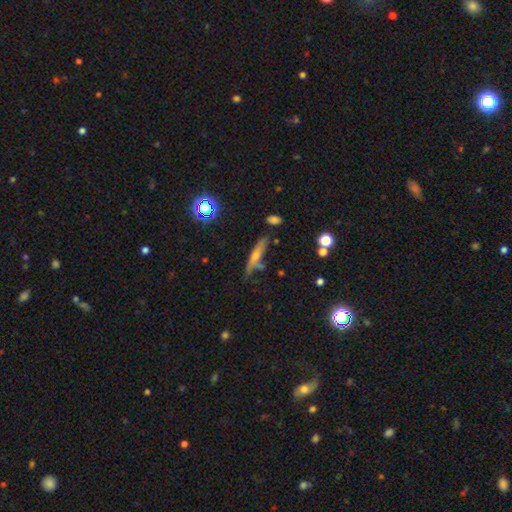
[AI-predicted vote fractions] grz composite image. It shows a featured or disk galaxy (45%). Merging: none (60%).